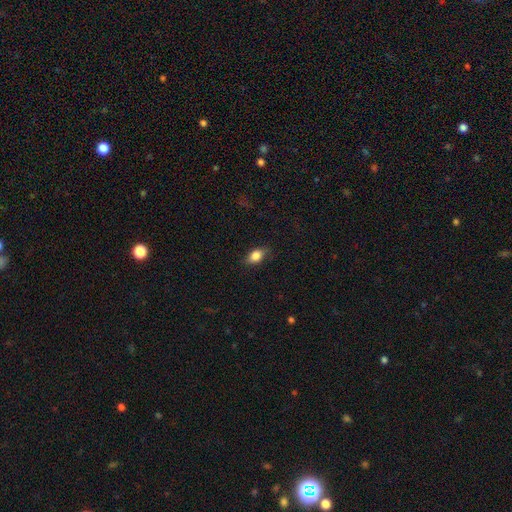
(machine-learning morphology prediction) Q: Smooth or featured?
A: smooth (79%); runner-up: featured or disk (13%)
Q: How rounded?
A: in between (79%); runner-up: round (15%)
Q: Merging?
A: none (80%); runner-up: minor disturbance (16%)